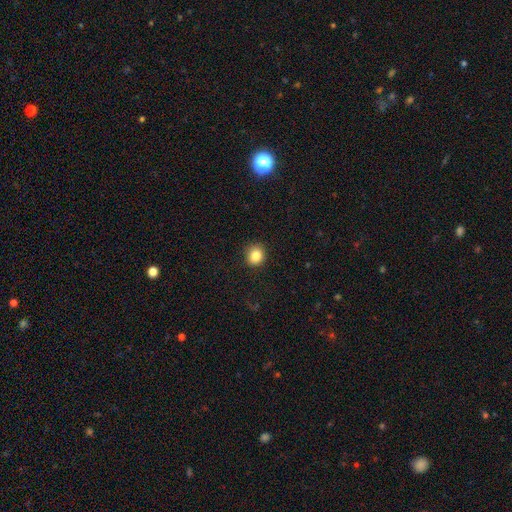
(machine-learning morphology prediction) smooth-or-featured: smooth: 84% | star or artifact: 10% | featured or disk: 5%
  how-rounded: round: 84% | in between: 15% | cigar-shaped: 1%
  merging: none: 89% | minor disturbance: 8% | major disturbance: 2% | merger: 1%